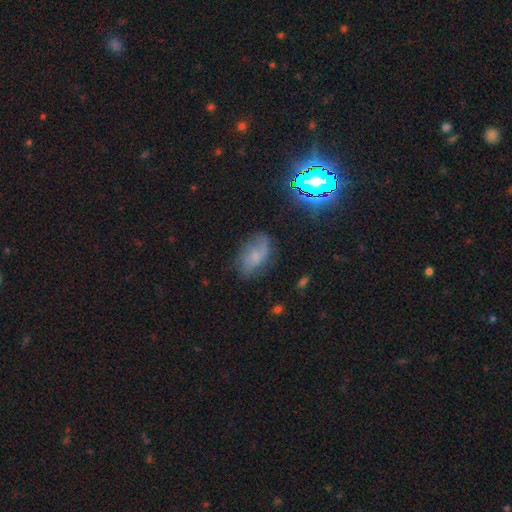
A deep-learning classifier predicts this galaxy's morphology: This appears to be a smooth galaxy with no disk features (41%, tied with featured or disk). Merging: none (59%).